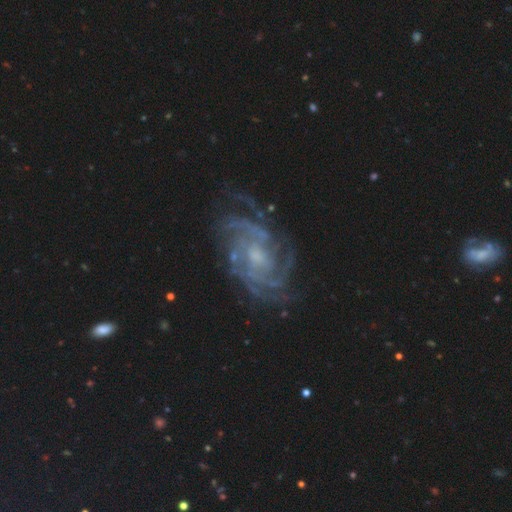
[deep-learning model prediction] The model was most divided on "spiral arm count": can't tell: 25%, 4: 22%, 3: 19%, 2: 15%, more than 4: 11%, 1: 8%. Remaining: spiral arms — yes (97%); edge-on disk — no (97%); smooth or featured — featured or disk (89%); merging — none (73%); spiral winding — tight (60%); bar — no (59%); bulge size — small (49%).